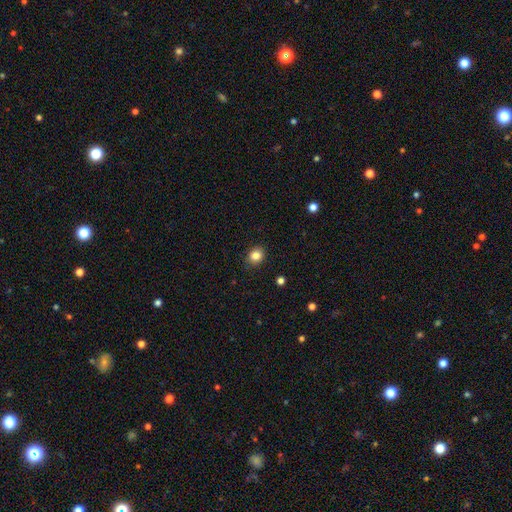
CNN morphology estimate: Overall: smooth (84%). How rounded: round (65%; in between 34%). Merging: none (86%).